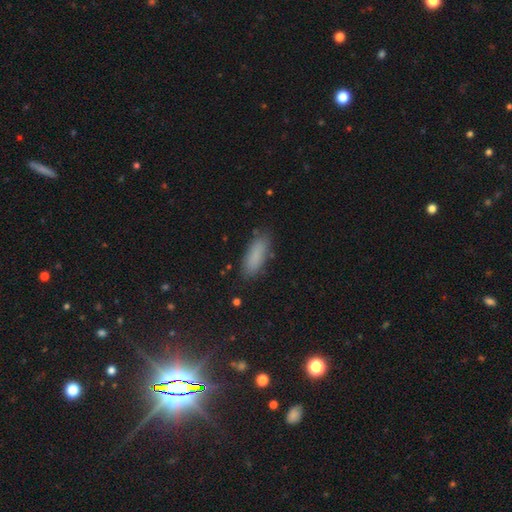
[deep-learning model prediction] The model was most divided on "how rounded": in between: 63%, cigar-shaped: 35%, round: 2%. More confident: smooth or featured — smooth (83%); merging — none (82%).